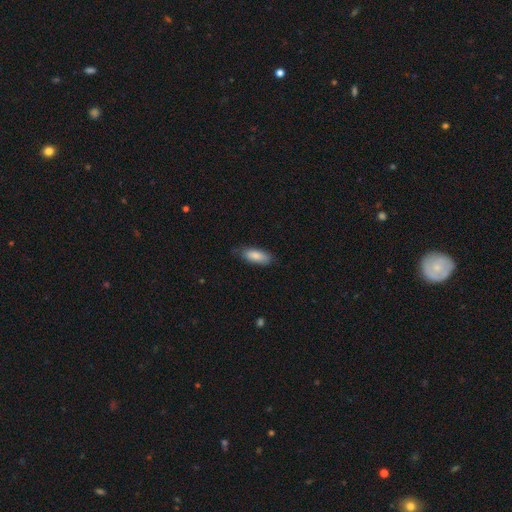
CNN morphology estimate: type=smooth (85%); roundness=in between (76%); merging=none (76%).